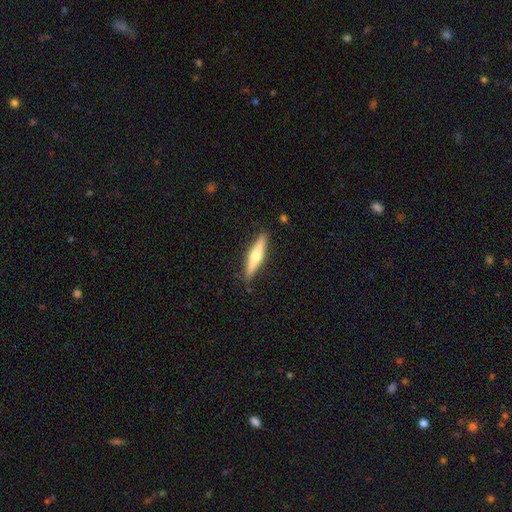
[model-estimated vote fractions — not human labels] A featured or disk galaxy (56%) viewed edge-on (96%) with a rounded central bulge (91%).

Vote fractions:
- Smooth or featured? featured or disk: 56% / smooth: 39% / star or artifact: 5%
- Edge-on disk? yes: 96% / no: 4%
- Edge-on bulge? rounded: 91% / none: 5% / boxy: 4%
- Merging? none: 88% / minor disturbance: 9% / major disturbance: 2% / merger: 1%